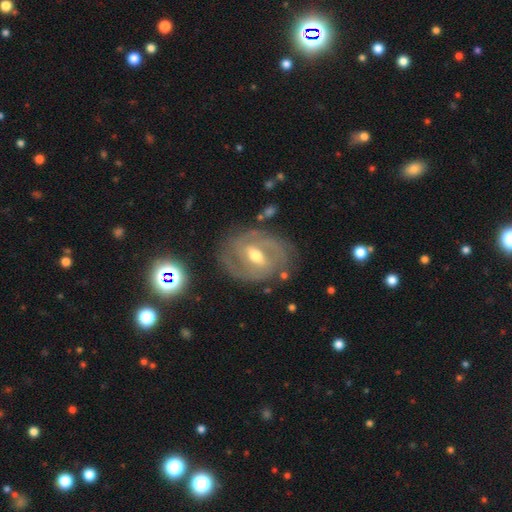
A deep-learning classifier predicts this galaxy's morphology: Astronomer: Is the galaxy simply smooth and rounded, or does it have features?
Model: featured or disk — 84%.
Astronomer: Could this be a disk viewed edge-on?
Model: no — 96%.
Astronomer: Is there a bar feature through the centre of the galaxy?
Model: weak — 47% (runner-up: strong, 38%).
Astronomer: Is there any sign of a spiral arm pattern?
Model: yes — 87%.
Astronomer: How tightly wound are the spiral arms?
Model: tight — 60%.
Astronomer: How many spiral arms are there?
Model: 2 — 54%.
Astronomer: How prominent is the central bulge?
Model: moderate — 72%.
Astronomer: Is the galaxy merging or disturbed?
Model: none — 75%.